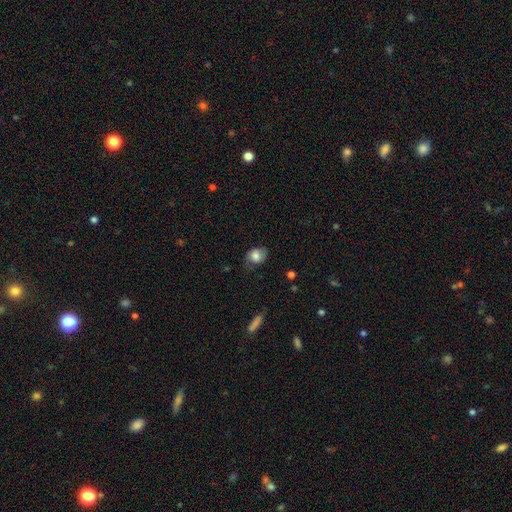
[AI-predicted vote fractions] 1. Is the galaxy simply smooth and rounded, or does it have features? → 72% smooth, 20% featured or disk, 8% star or artifact.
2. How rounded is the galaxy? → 55% in between, 44% round, 1% cigar-shaped.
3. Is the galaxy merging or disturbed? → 60% none, 28% minor disturbance, 11% major disturbance, 1% merger.